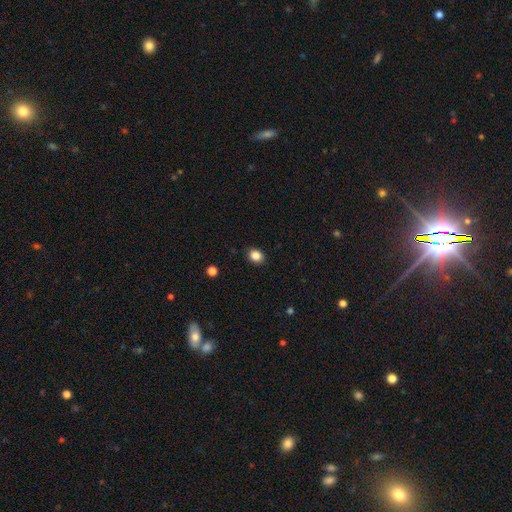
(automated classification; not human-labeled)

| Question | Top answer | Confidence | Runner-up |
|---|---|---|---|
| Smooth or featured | smooth | 85% | star or artifact (10%) |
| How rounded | round | 50% | in between (49%) |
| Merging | none | 90% | minor disturbance (7%) |